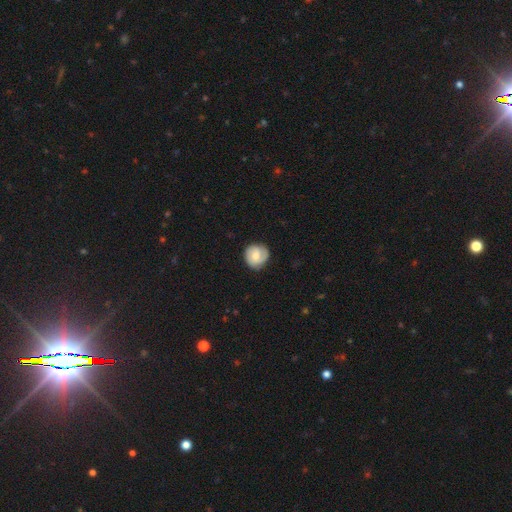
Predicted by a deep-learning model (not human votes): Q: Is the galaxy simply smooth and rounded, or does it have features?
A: smooth — 55%.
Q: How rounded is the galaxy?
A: round — 89%.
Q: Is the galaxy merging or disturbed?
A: none — 78%.